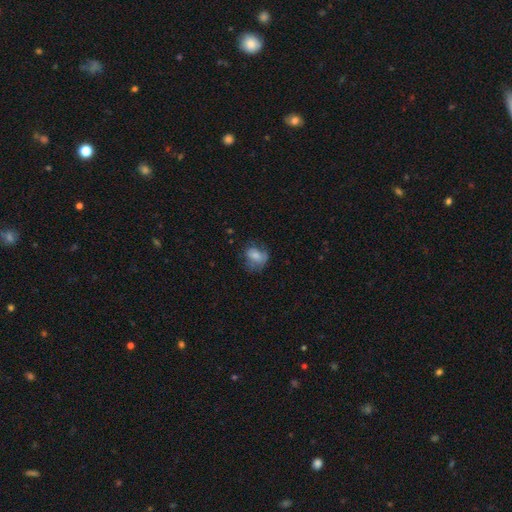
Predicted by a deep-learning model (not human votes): smooth-or-featured: smooth: 67% | featured or disk: 23% | star or artifact: 10%
  how-rounded: in between: 63% | round: 35% | cigar-shaped: 2%
  merging: none: 48% | minor disturbance: 28% | major disturbance: 22% | merger: 2%